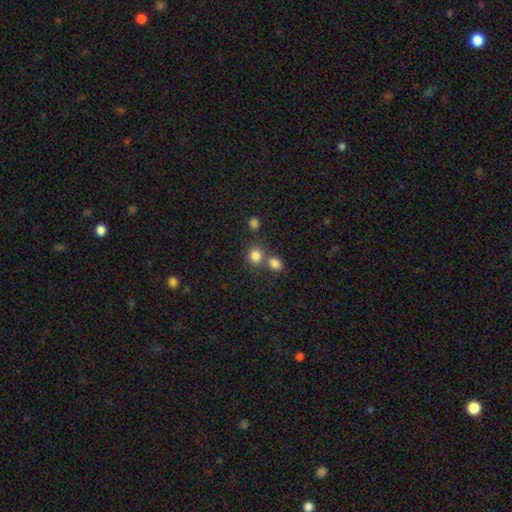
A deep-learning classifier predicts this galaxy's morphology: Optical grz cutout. It shows a smooth galaxy with no disk features (82%) that is round (81%). Merging: none (57%).